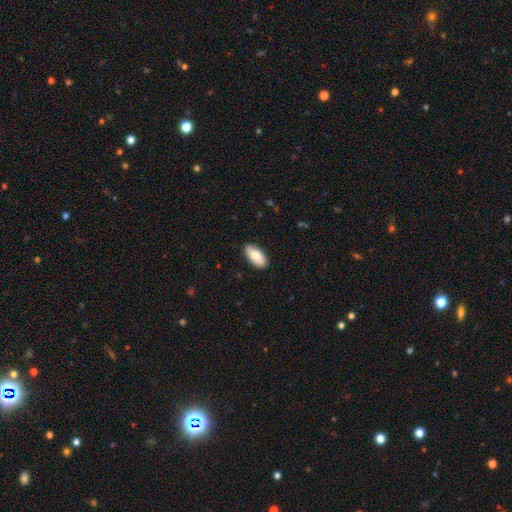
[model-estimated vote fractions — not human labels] This is likely a smooth galaxy (76%). How rounded: clearly in between (91%). Merging: clearly none (87%).